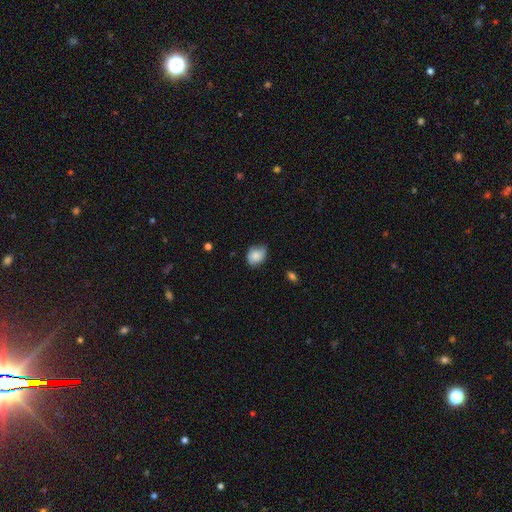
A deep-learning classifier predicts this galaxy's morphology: Overall: smooth (79%). How rounded: in between (59%; round 40%). Merging: none (59%; minor disturbance 33%).